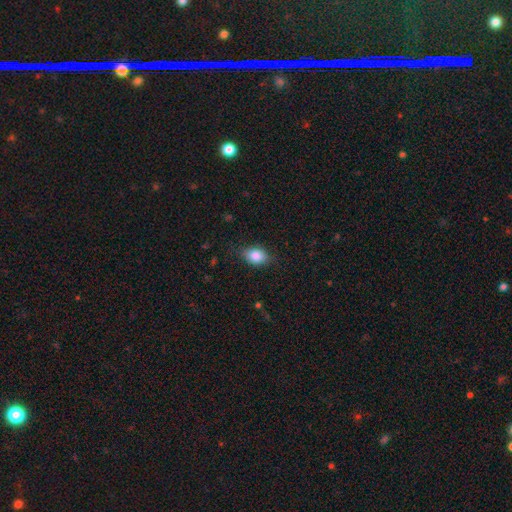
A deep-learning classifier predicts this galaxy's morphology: Overall: smooth (83%). How rounded: in between (75%). Merging: none (76%).